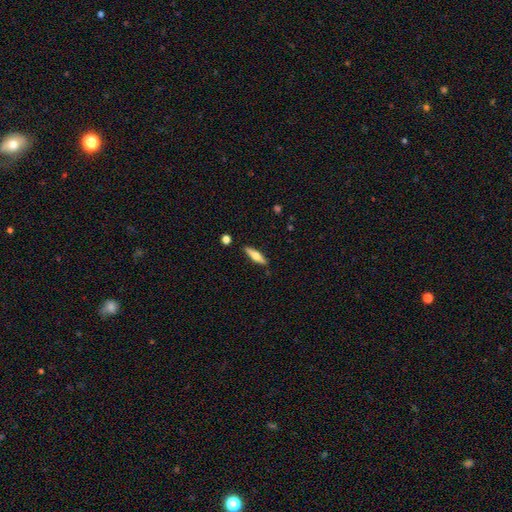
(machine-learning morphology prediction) A featured or disk galaxy (48%).

Vote fractions:
- Smooth or featured? featured or disk: 48% / smooth: 46% / star or artifact: 6%
- Merging? none: 88% / minor disturbance: 9% / merger: 2% / major disturbance: 2%